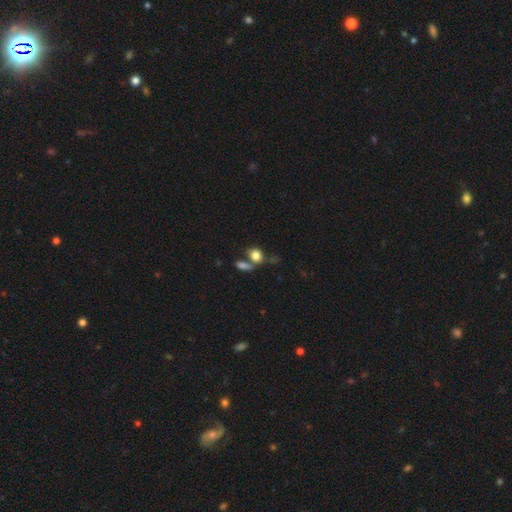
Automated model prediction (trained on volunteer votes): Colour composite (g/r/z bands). It shows a smooth galaxy with no disk features (80%) that is in between round and cigar-shaped (49%). Merging: none (43%).